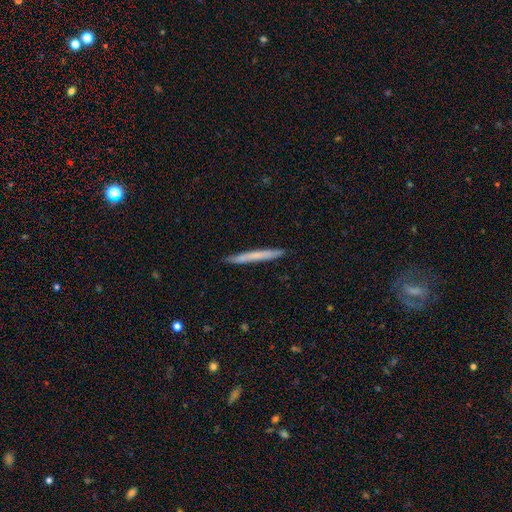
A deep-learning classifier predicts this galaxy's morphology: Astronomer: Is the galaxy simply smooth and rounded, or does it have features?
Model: smooth — 60%.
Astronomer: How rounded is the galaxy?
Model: cigar-shaped — 97%.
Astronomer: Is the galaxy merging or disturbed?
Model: none — 90%.